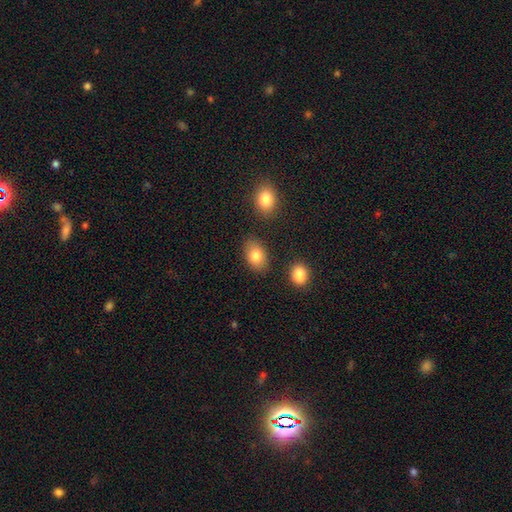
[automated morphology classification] This appears to be a smooth galaxy with no disk features (82%) that is in between round and cigar-shaped (82%). Merging: none (82%).